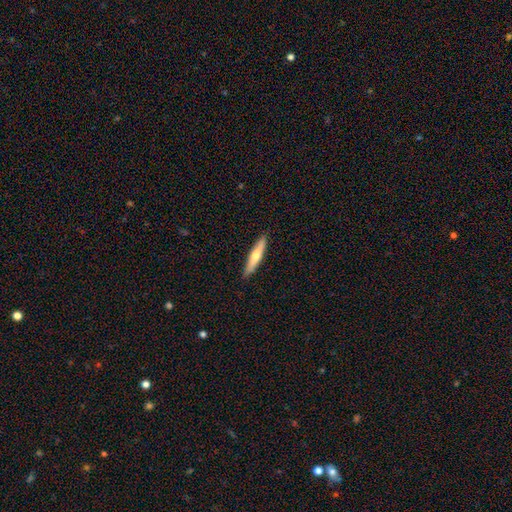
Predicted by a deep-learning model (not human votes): Smooth or featured?
  - smooth: 55% *
  - featured or disk: 39%
  - star or artifact: 5%
How rounded?
  - cigar-shaped: 88% *
  - in between: 10%
  - round: 1%
Merging?
  - none: 90% *
  - minor disturbance: 7%
  - major disturbance: 1%
  - merger: 1%